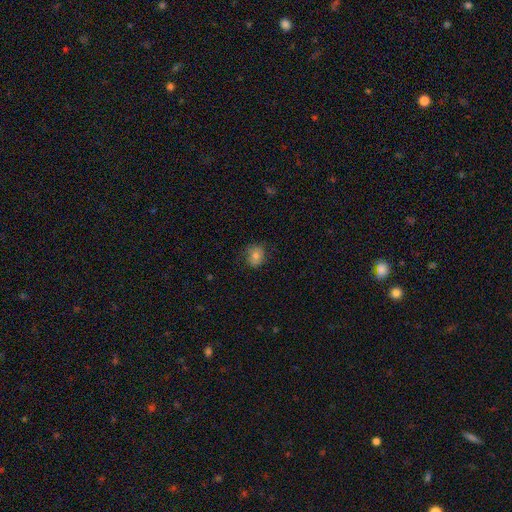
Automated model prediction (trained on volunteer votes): Smooth or featured?
  - smooth: 79% *
  - featured or disk: 11%
  - star or artifact: 10%
How rounded?
  - round: 63% *
  - in between: 36%
  - cigar-shaped: 1%
Merging?
  - none: 75% *
  - minor disturbance: 19%
  - major disturbance: 5%
  - merger: 1%